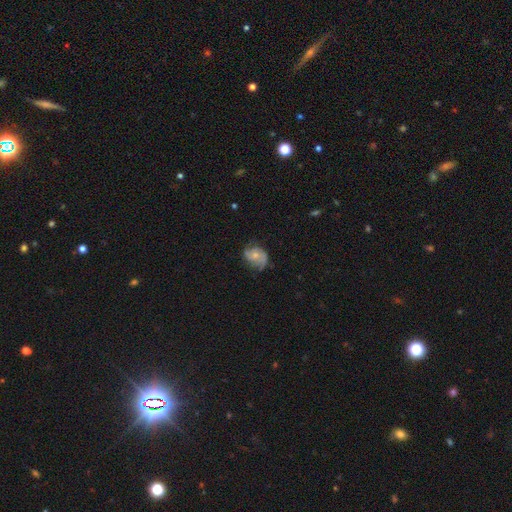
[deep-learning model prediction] This appears to be a featured or disk galaxy (64%) with no bar (75%), 2 (61%) medium (44%) spiral arms (89%) and a small central bulge (60%). Merging: none (60%).